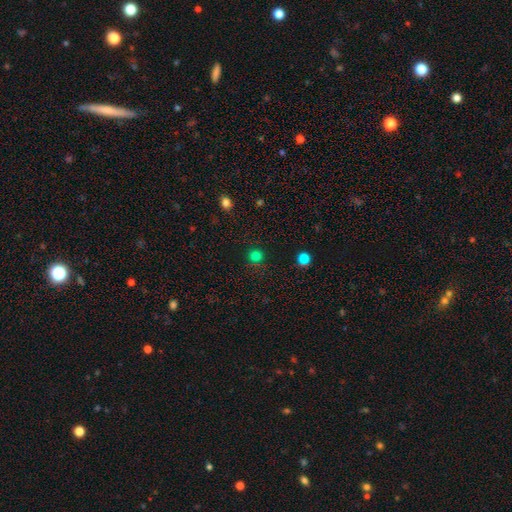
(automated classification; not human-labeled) Morphology: type=smooth (80%); roundness=round (93%); merging=none (87%).